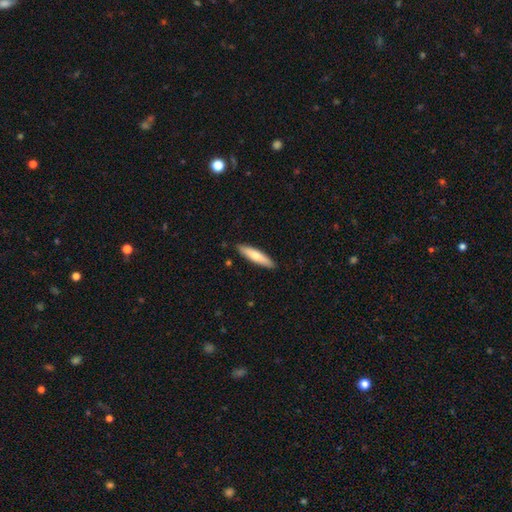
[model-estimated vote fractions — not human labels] A smooth galaxy with no disk features (69%) that is cigar-shaped (82%).

Vote fractions:
- Smooth or featured? smooth: 69% / featured or disk: 26% / star or artifact: 5%
- How rounded? cigar-shaped: 82% / in between: 17% / round: 1%
- Merging? none: 90% / minor disturbance: 8% / major disturbance: 1% / merger: 1%